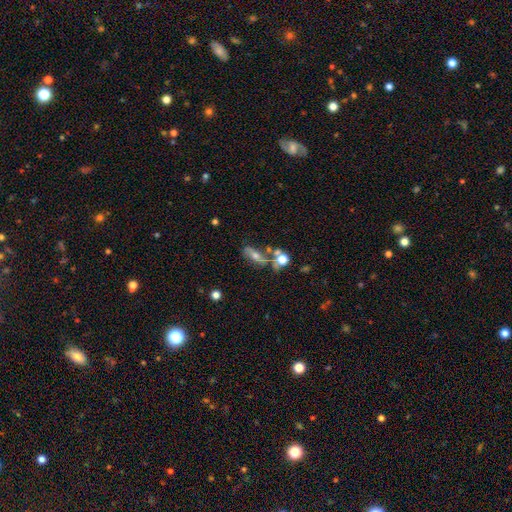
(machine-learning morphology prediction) Smooth or featured? featured or disk (49%)
Merging? none (52%)